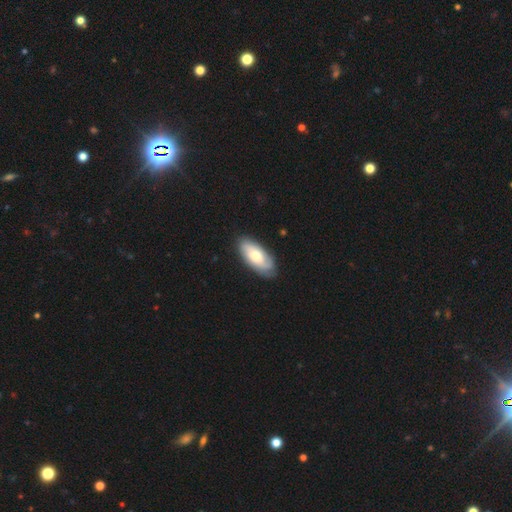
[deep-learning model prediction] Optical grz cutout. It shows a smooth galaxy with no disk features (55%) that is in between round and cigar-shaped (88%). Merging: none (79%).